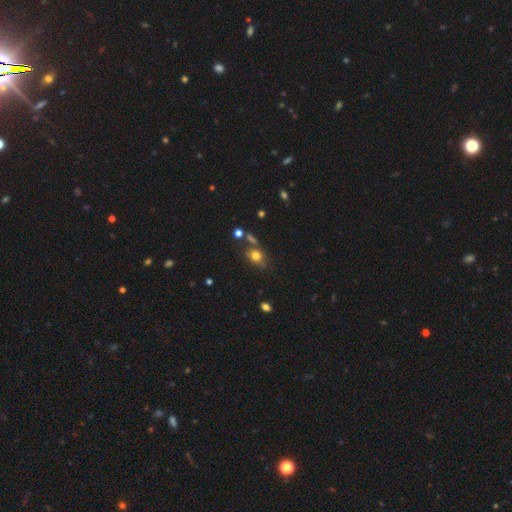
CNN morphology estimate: A smooth galaxy with no disk features (73%) that is round (58%).

Vote fractions:
- Smooth or featured? smooth: 73% / star or artifact: 15% / featured or disk: 12%
- How rounded? round: 58% / in between: 40% / cigar-shaped: 2%
- Merging? none: 62% / minor disturbance: 17% / merger: 13% / major disturbance: 7%